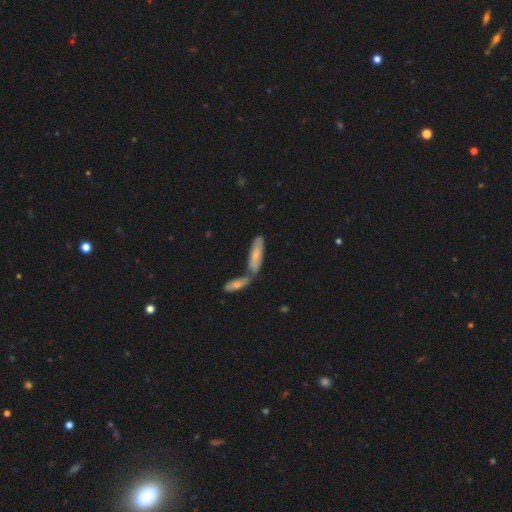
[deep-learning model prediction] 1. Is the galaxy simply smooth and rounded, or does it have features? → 66% smooth, 28% featured or disk, 6% star or artifact.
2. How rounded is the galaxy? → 57% cigar-shaped, 41% in between, 2% round.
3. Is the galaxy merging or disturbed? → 46% none, 40% merger, 11% minor disturbance, 3% major disturbance.